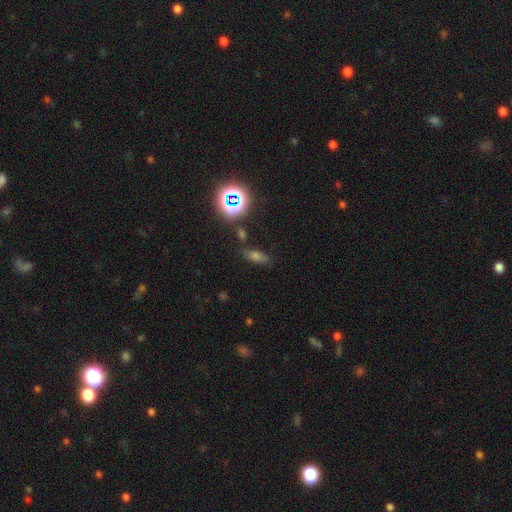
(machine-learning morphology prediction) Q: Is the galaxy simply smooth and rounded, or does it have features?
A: smooth — 56%.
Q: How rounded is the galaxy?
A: in between — 63%.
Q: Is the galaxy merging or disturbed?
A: none — 78%.